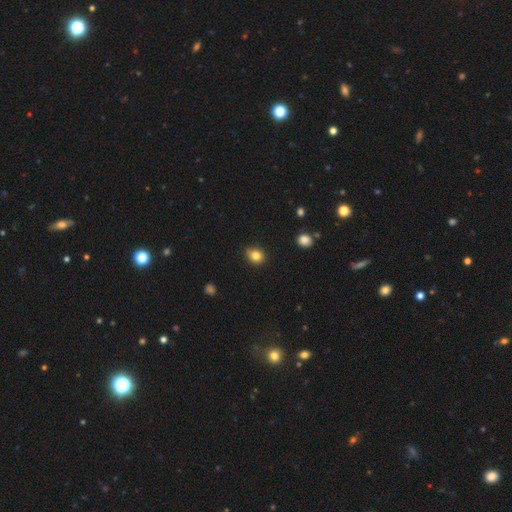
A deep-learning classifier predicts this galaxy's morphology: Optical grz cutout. It shows a smooth galaxy with no disk features (83%) that is round (58%). Merging: none (87%).